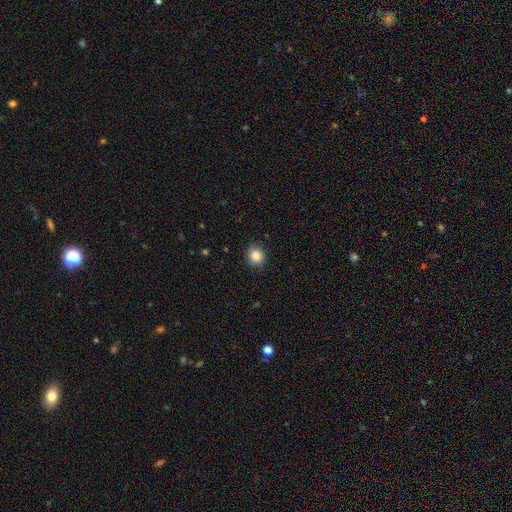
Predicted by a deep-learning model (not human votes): This appears to be a smooth galaxy with no disk features (86%) that is round (81%). Merging: none (90%).